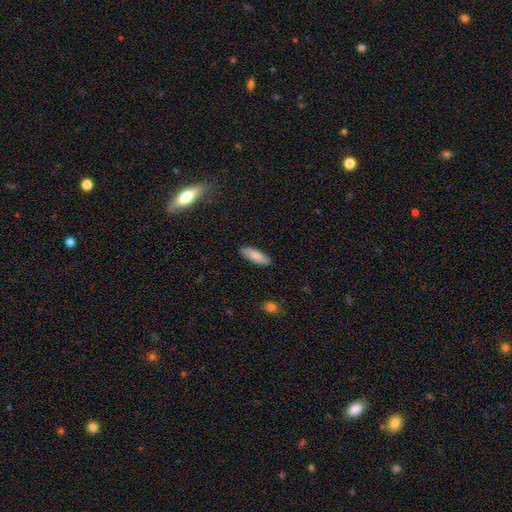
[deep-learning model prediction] A smooth galaxy with no disk features (82%) that is in between round and cigar-shaped (50%).

Vote fractions:
- Smooth or featured? smooth: 82% / featured or disk: 12% / star or artifact: 6%
- How rounded? in between: 50% / cigar-shaped: 49% / round: 2%
- Merging? none: 88% / minor disturbance: 9% / major disturbance: 2% / merger: 1%